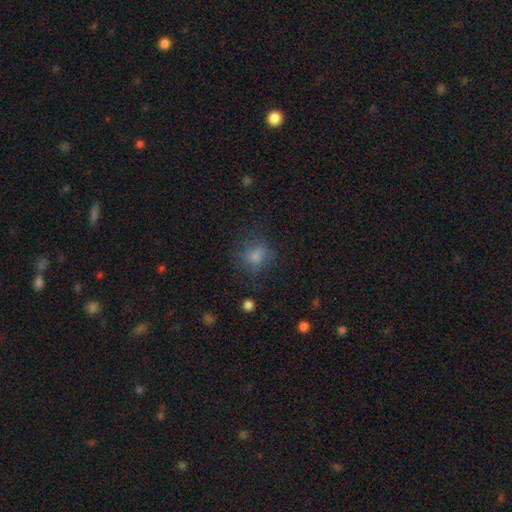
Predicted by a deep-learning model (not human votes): smooth_or_featured: smooth (p=0.68) [alt: star or artifact p=0.17]
how_rounded: round (p=0.62) [alt: in between p=0.37]
merging: none (p=0.63) [alt: minor disturbance p=0.20]